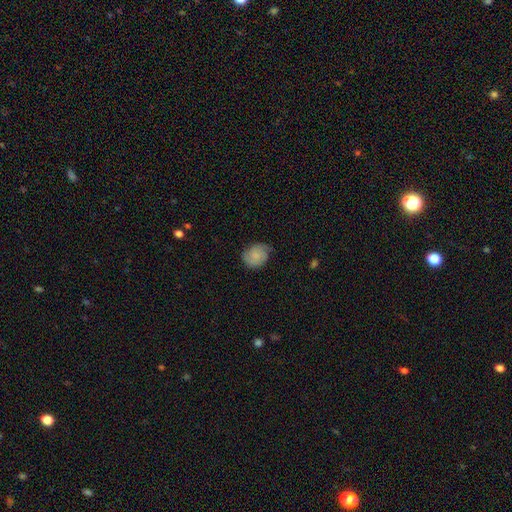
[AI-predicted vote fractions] The model was most divided on "smooth or featured": smooth: 49%, featured or disk: 43%, star or artifact: 8%. More confident: merging — none (67%).